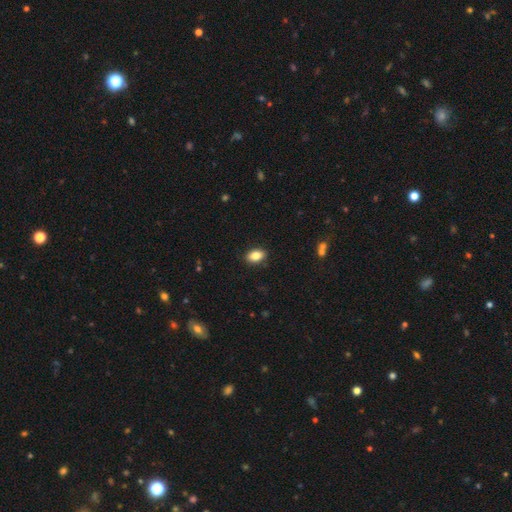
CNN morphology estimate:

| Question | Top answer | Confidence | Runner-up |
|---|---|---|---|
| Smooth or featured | smooth | 85% | star or artifact (8%) |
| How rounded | in between | 88% | round (10%) |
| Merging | none | 89% | minor disturbance (8%) |